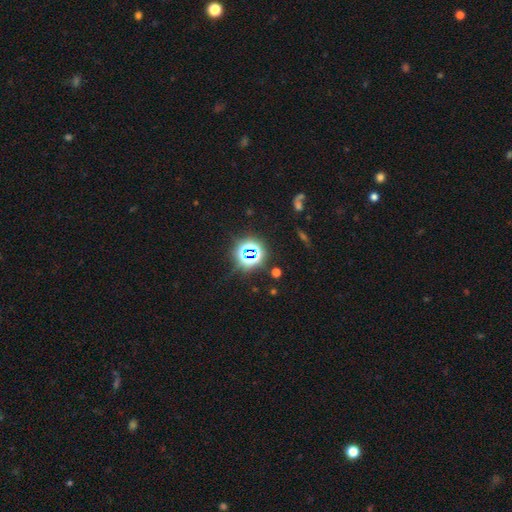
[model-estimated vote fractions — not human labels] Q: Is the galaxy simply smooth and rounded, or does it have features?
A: star or artifact — 70%.